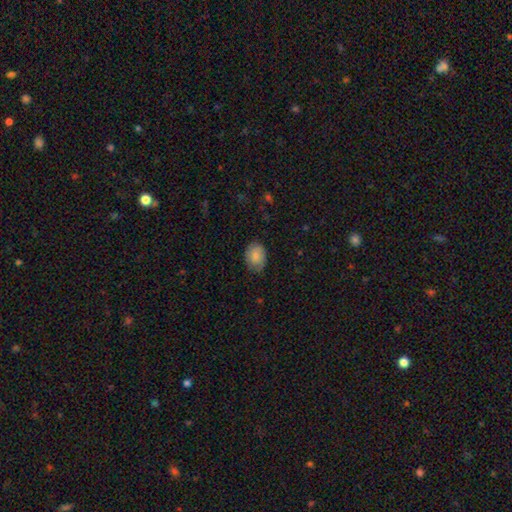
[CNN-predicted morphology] A smooth galaxy with no disk features (83%) that is in between round and cigar-shaped (73%). Merging: none (75%).